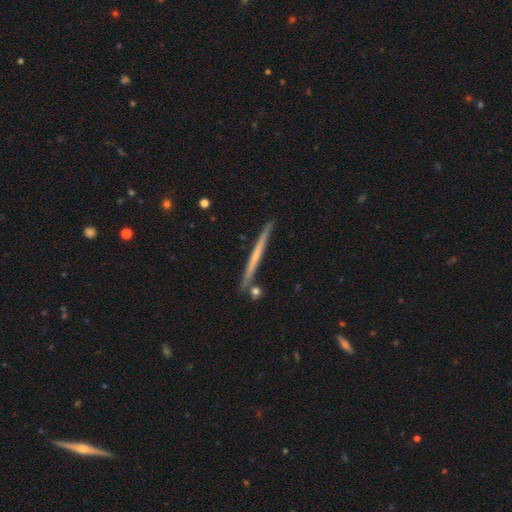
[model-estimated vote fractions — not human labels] This appears to be a featured or disk galaxy (59%) viewed edge-on (98%) with no central bulge (79%). Merging: none (88%).